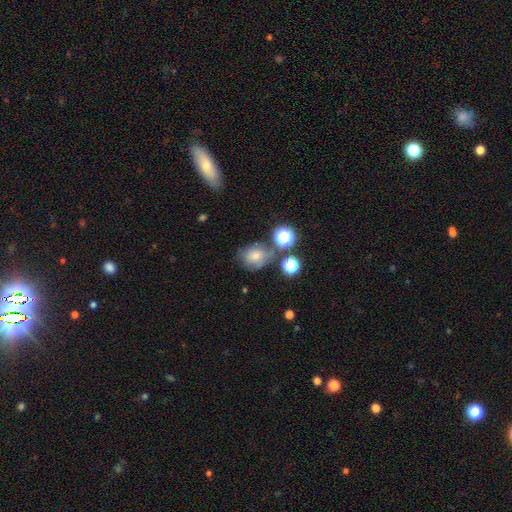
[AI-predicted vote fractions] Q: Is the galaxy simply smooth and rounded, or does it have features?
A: smooth — 53%.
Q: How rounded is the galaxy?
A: round — 63%.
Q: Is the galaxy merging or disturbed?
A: none — 65%.